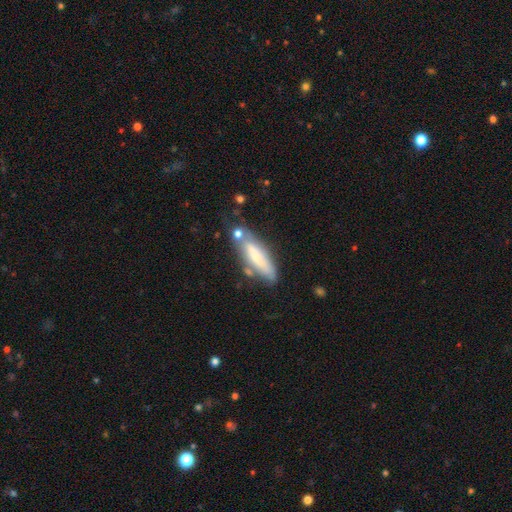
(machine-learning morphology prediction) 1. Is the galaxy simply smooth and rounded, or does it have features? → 53% smooth, 39% featured or disk, 8% star or artifact.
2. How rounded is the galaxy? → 61% cigar-shaped, 37% in between, 2% round.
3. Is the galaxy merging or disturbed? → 56% none, 23% minor disturbance, 13% merger, 8% major disturbance.